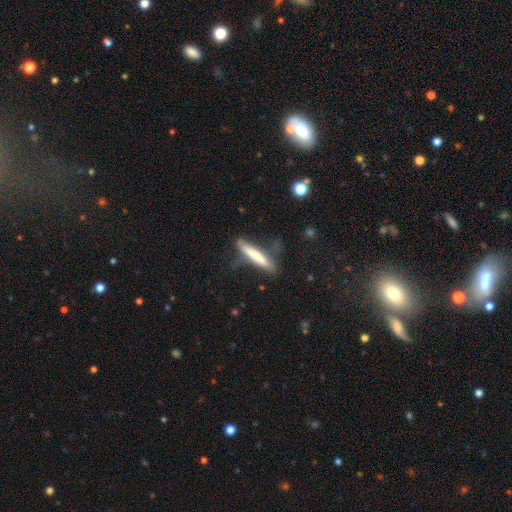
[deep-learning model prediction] smooth 61%, featured or disk 33%, star or artifact 6%. Down the decision tree: how rounded — cigar-shaped (92%); merging — none (60%).